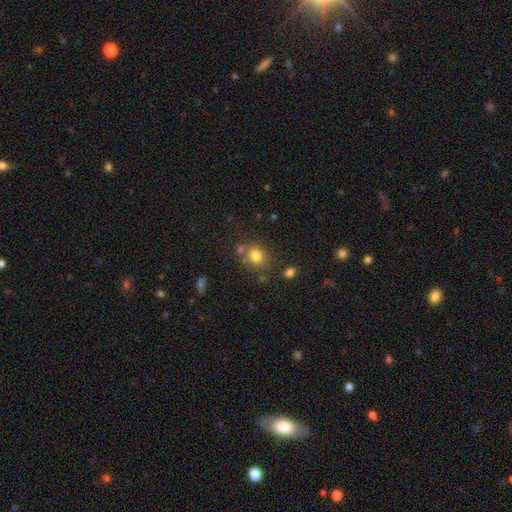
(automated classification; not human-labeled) The model was most divided on "how rounded": round: 62%, in between: 37%, cigar-shaped: 1%. More confident: smooth or featured — smooth (79%); merging — none (67%).